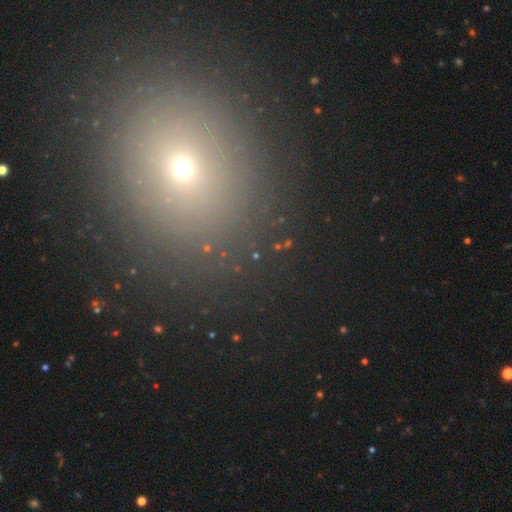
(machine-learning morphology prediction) Smooth or featured? Predicted: star or artifact (p=0.62).